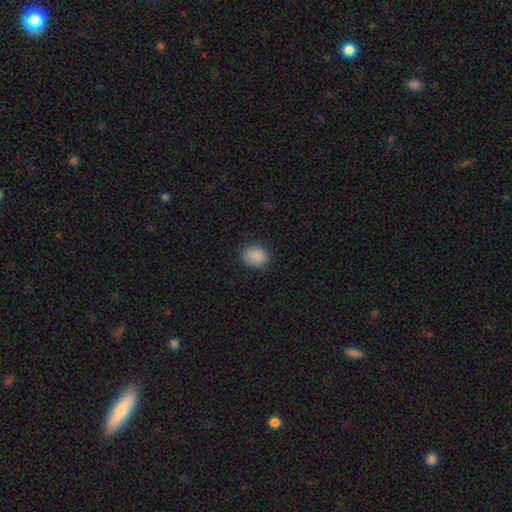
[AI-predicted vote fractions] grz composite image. It shows a smooth galaxy with no disk features (88%) that is round (57%). Merging: none (84%).